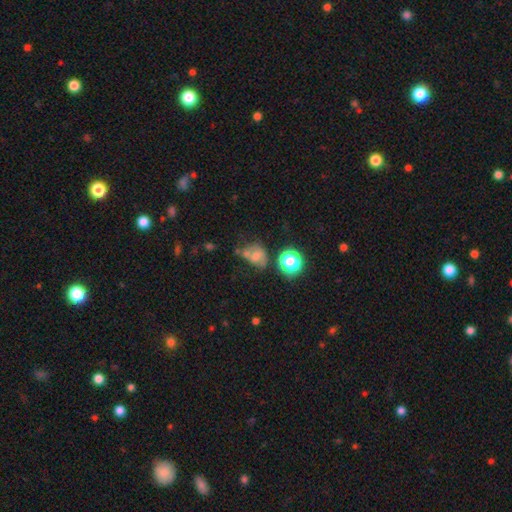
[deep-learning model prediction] Smooth or featured? Predicted: smooth (p=0.59). How rounded? Predicted: round (p=0.53). Merging? Predicted: none (p=0.37).